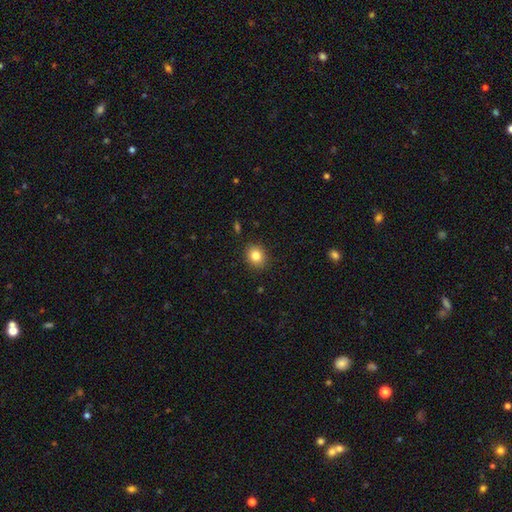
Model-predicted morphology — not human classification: This appears to be a smooth galaxy with no disk features (83%) that is round (70%). Merging: none (90%).